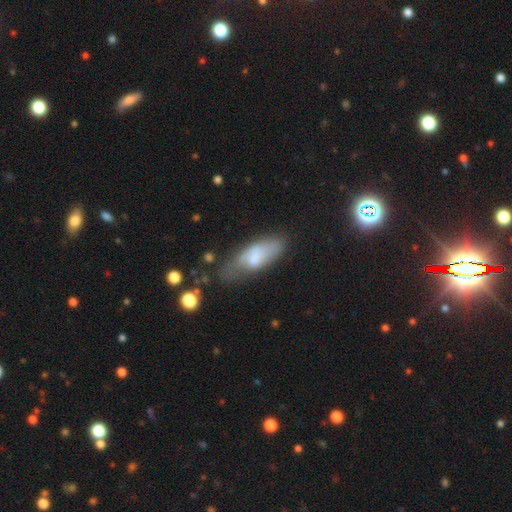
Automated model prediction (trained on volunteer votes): Morphology: type=smooth (61%); roundness=in between (71%); merging=none (49%).